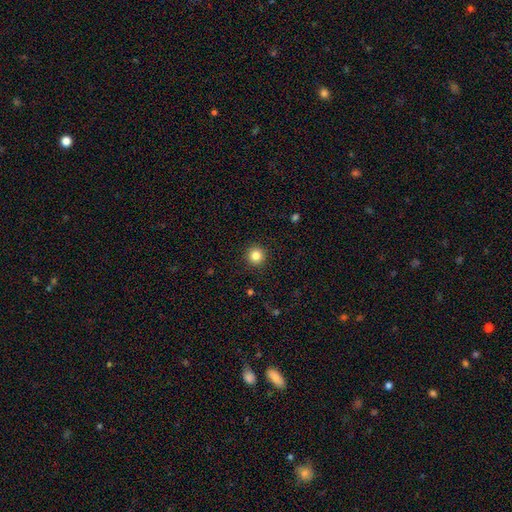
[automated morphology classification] The model was most divided on "smooth or featured": smooth: 84%, star or artifact: 11%, featured or disk: 5%. More confident: how rounded — round (95%); merging — none (92%).